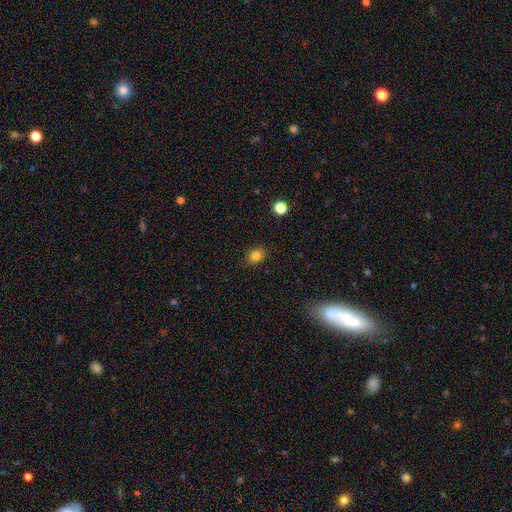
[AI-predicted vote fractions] The model was most divided on "how rounded": round: 61%, in between: 38%, cigar-shaped: 1%. More confident: merging — none (87%); smooth or featured — smooth (83%).